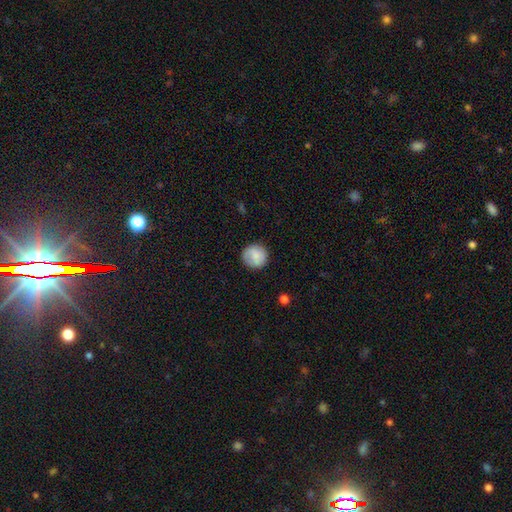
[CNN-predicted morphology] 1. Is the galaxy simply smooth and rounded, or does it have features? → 81% smooth, 12% featured or disk, 7% star or artifact.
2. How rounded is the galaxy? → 92% round, 7% in between, 1% cigar-shaped.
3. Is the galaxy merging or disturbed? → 85% none, 11% minor disturbance, 3% major disturbance, 1% merger.